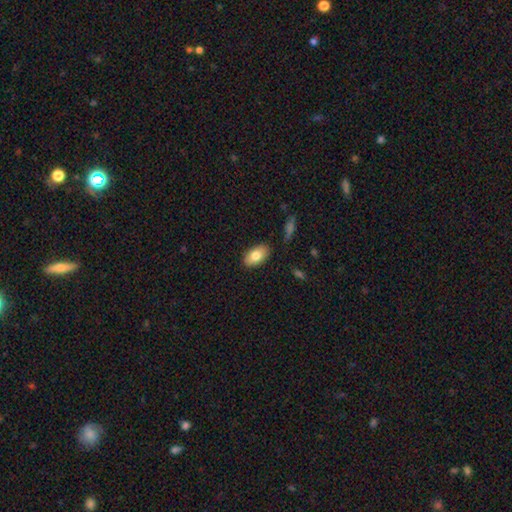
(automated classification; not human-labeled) This appears to be a smooth galaxy with no disk features (79%) that is in between round and cigar-shaped (93%). Merging: none (86%).